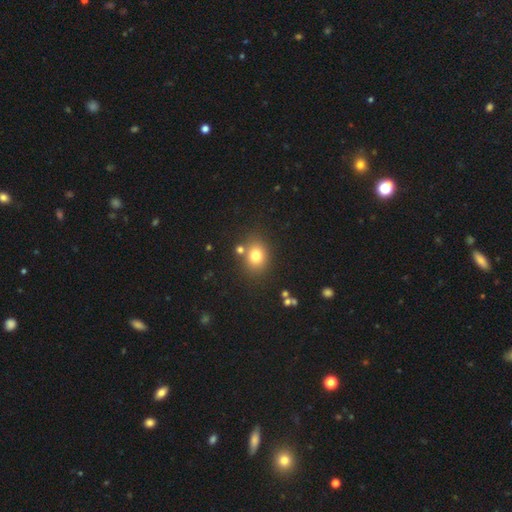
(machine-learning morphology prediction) smooth-or-featured: smooth: 78% | star or artifact: 13% | featured or disk: 9%
  how-rounded: round: 58% | in between: 41% | cigar-shaped: 1%
  merging: none: 74% | merger: 11% | minor disturbance: 11% | major disturbance: 4%